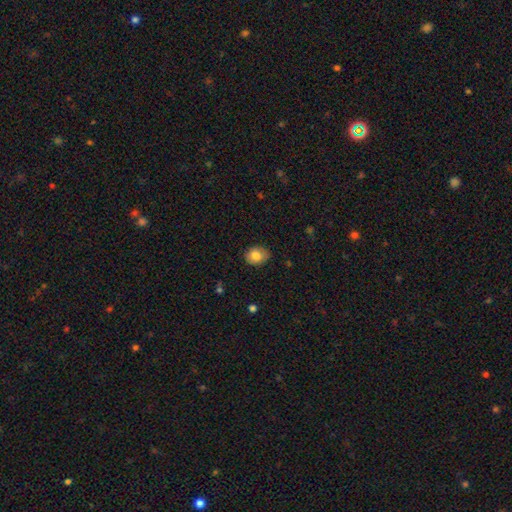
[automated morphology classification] A smooth galaxy with no disk features (82%) that is in between round and cigar-shaped (57%). Merging: none (83%).